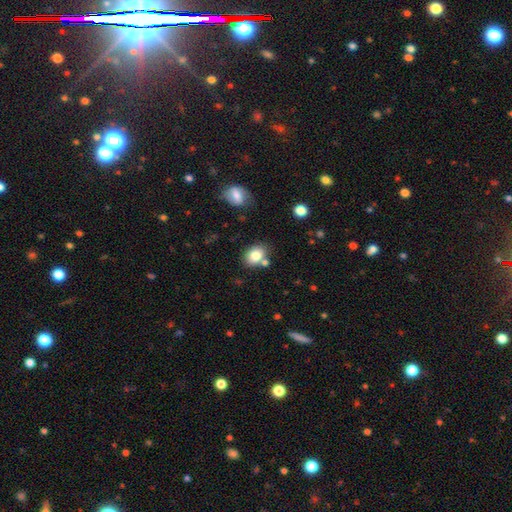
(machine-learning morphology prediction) This is clearly a smooth galaxy (81%). How rounded: likely in between (65%). Merging: likely none (69%).